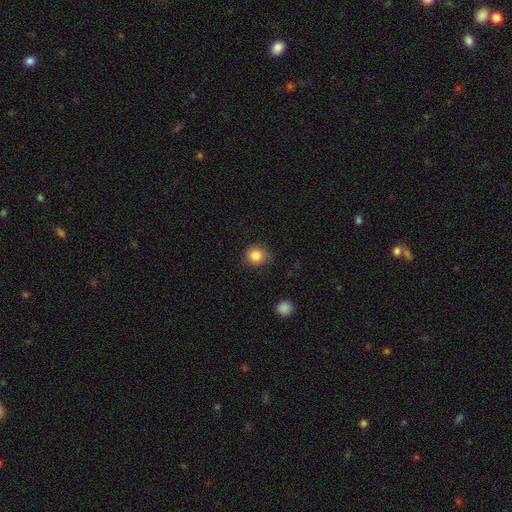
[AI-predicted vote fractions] Smooth or featured?
  - smooth: 85% *
  - star or artifact: 10%
  - featured or disk: 5%
How rounded?
  - round: 86% *
  - in between: 14%
  - cigar-shaped: 1%
Merging?
  - none: 80% *
  - minor disturbance: 16%
  - major disturbance: 3%
  - merger: 1%